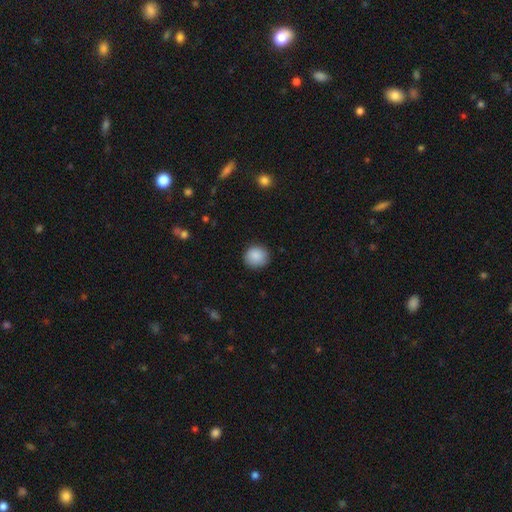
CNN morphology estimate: type=smooth (89%); roundness=round (86%); merging=none (86%).